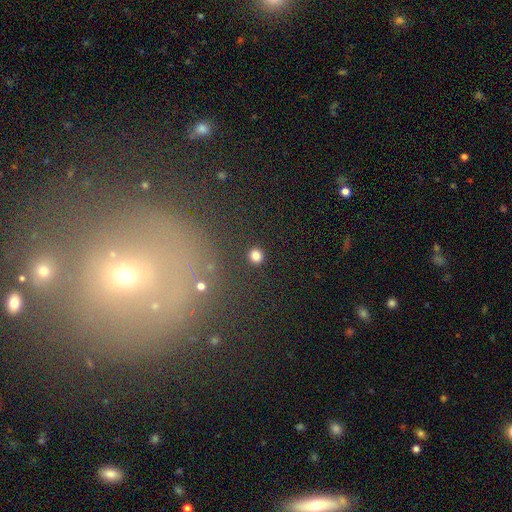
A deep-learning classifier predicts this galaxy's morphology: A smooth galaxy with no disk features (82%) that is round (93%).

Vote fractions:
- Smooth or featured? smooth: 82% / star or artifact: 14% / featured or disk: 4%
- How rounded? round: 93% / in between: 6% / cigar-shaped: 1%
- Merging? none: 91% / minor disturbance: 5% / major disturbance: 2% / merger: 2%